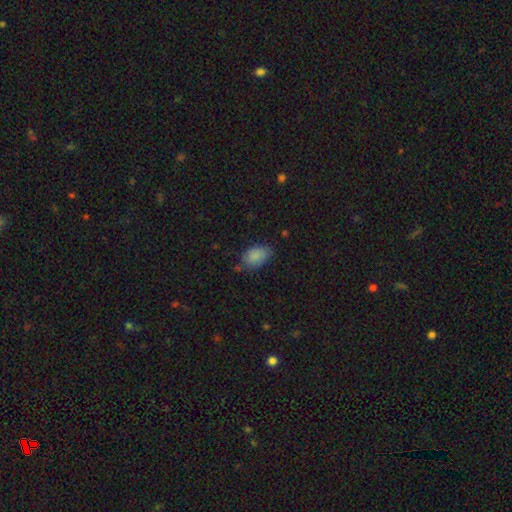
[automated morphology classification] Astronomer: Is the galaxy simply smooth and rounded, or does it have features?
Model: smooth — 86%.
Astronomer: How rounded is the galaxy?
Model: in between — 89%.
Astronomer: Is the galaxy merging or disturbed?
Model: none — 67%.